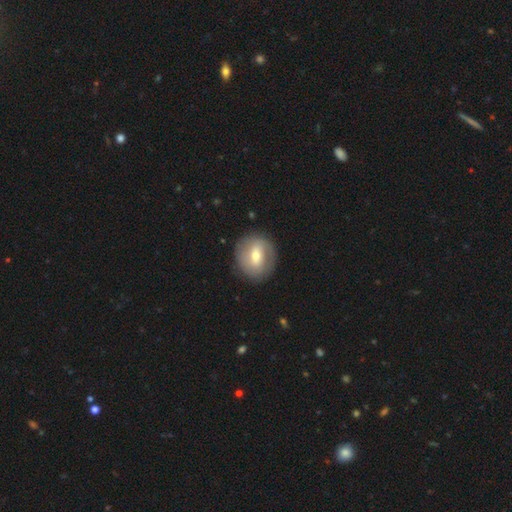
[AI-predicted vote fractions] This is possibly a featured or disk galaxy (49%). Merging: clearly none (84%).